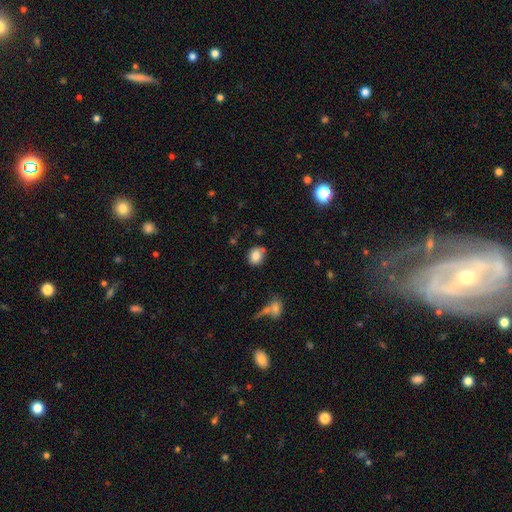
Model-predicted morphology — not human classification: The model was most divided on "how rounded": round: 58%, in between: 41%, cigar-shaped: 1%. More confident: smooth or featured — smooth (83%); merging — none (70%).